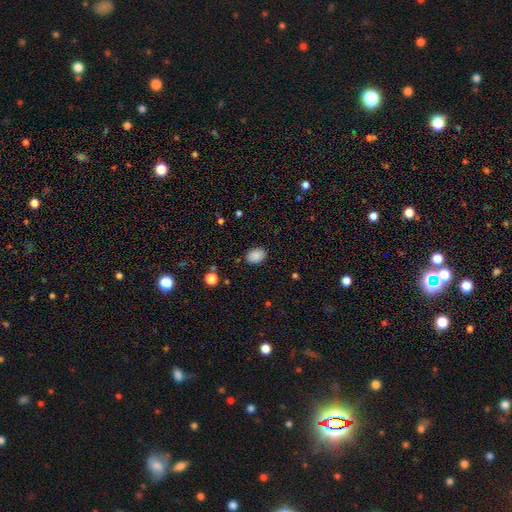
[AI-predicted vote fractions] Smooth or featured: smooth — 88% (star or artifact — 9%)
How rounded: in between — 76% (round — 23%)
Merging: none — 87% (minor disturbance — 10%)